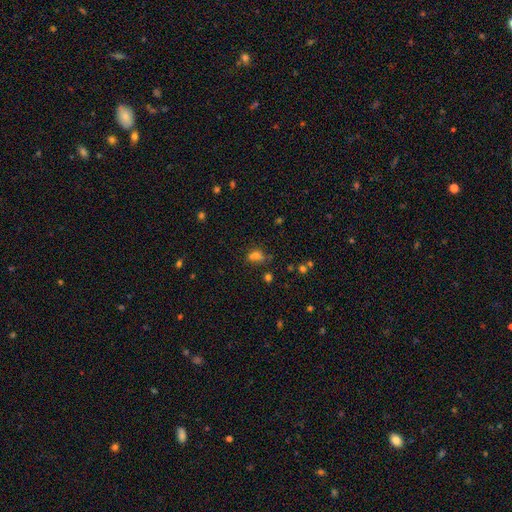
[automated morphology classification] type=smooth (66%); roundness=in between (63%); merging=none (39%).